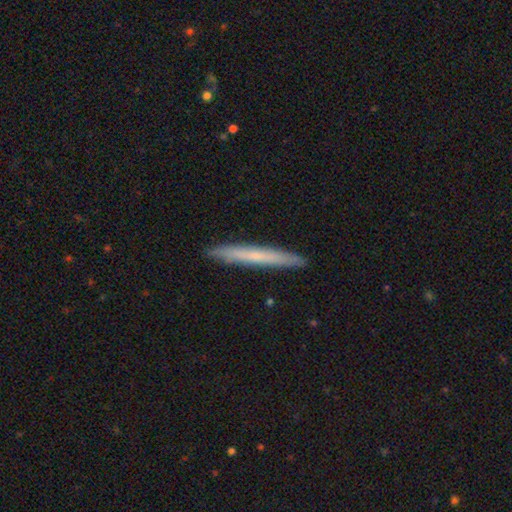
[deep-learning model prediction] smooth-or-featured: smooth: 53% | featured or disk: 41% | star or artifact: 6%
  how-rounded: cigar-shaped: 97% | in between: 2% | round: 1%
  merging: none: 91% | minor disturbance: 6% | major disturbance: 1% | merger: 1%